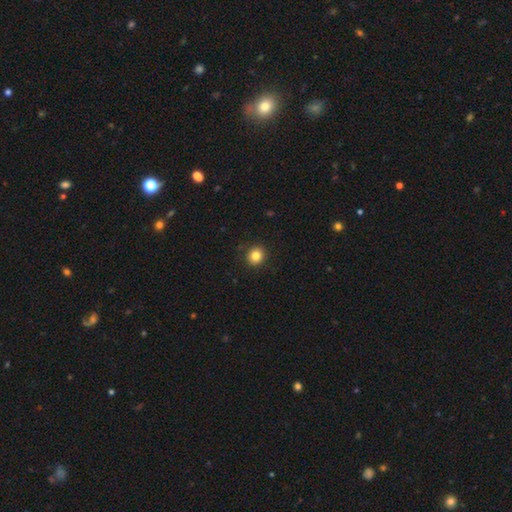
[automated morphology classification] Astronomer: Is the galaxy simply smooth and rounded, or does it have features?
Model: smooth — 84%.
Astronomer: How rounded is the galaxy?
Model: round — 83%.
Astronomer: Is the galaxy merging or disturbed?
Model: none — 90%.